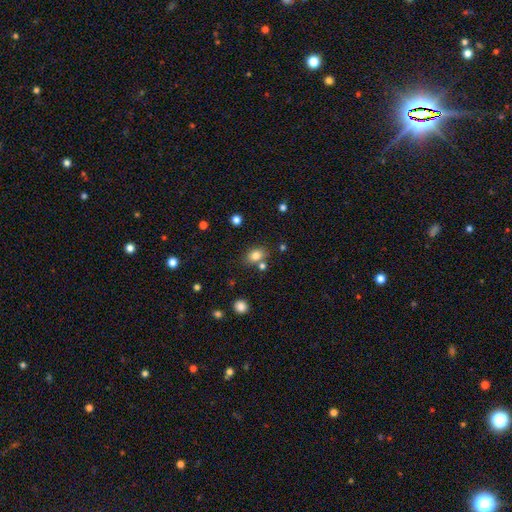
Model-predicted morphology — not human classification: Smooth or featured: smooth — 80% (star or artifact — 12%)
How rounded: in between — 68% (round — 31%)
Merging: none — 71% (merger — 13%)